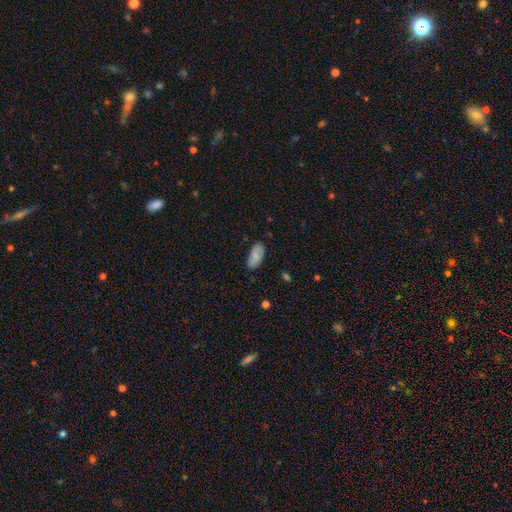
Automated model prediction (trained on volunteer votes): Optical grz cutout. It shows a smooth galaxy with no disk features (78%) that is in between round and cigar-shaped (92%). Merging: none (76%).